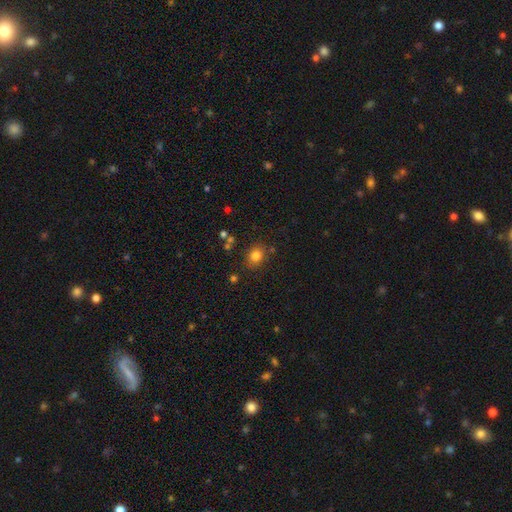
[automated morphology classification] Q: Smooth or featured?
A: smooth (80%); runner-up: star or artifact (13%)
Q: How rounded?
A: round (67%); runner-up: in between (32%)
Q: Merging?
A: none (81%); runner-up: minor disturbance (11%)